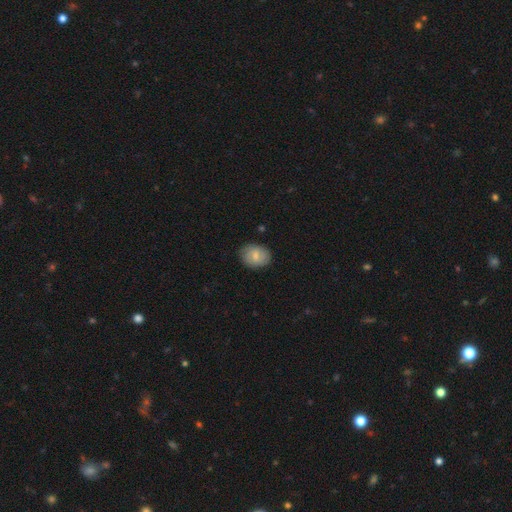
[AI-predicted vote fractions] This appears to be a smooth galaxy with no disk features (74%) that is in between round and cigar-shaped (60%). Merging: none (83%).